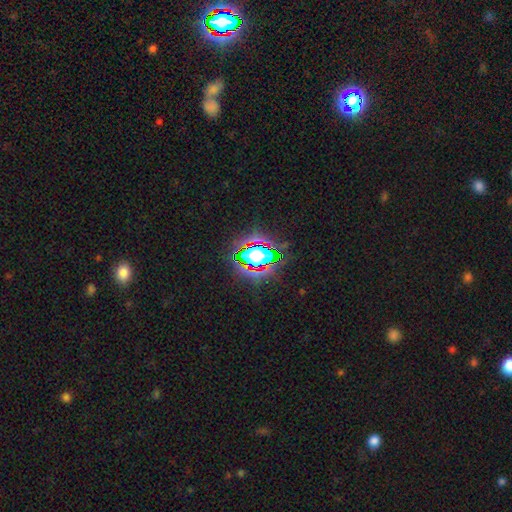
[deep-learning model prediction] smooth_or_featured: star or artifact (p=0.64) [alt: smooth p=0.22]